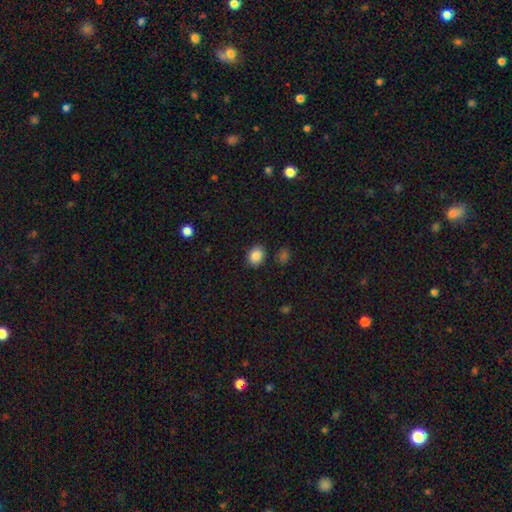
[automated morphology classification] smooth_or_featured: smooth (p=0.86) [alt: star or artifact p=0.09]
how_rounded: in between (p=0.52) [alt: round p=0.47]
merging: none (p=0.83) [alt: minor disturbance p=0.11]